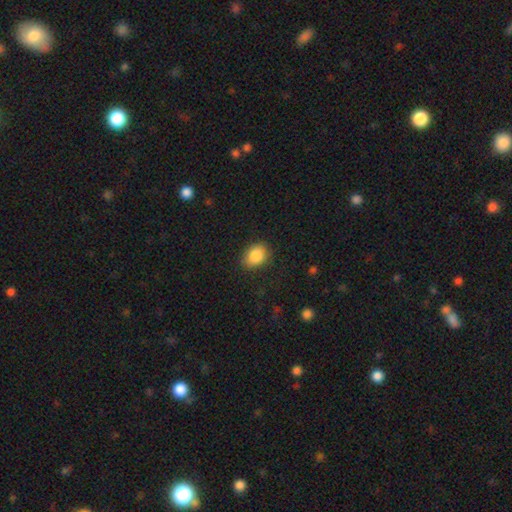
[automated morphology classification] Smooth or featured: smooth — 87% (star or artifact — 8%)
How rounded: in between — 66% (round — 33%)
Merging: none — 83% (minor disturbance — 13%)